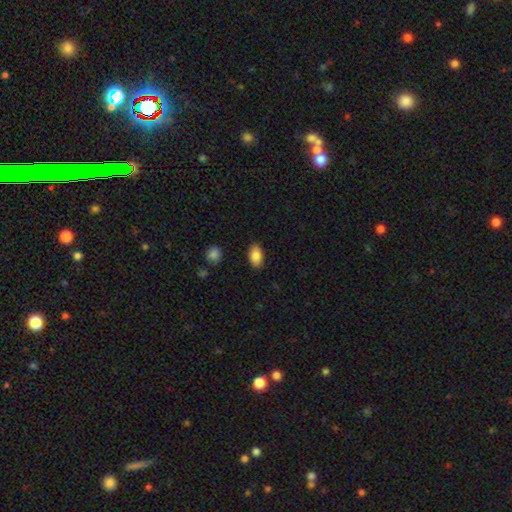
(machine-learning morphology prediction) Q: Smooth or featured?
A: smooth (87%); runner-up: star or artifact (7%)
Q: How rounded?
A: in between (91%); runner-up: round (7%)
Q: Merging?
A: none (86%); runner-up: minor disturbance (10%)